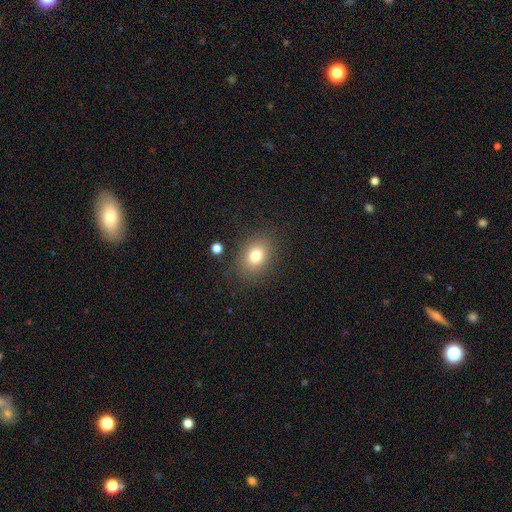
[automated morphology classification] Q: Smooth or featured?
A: smooth (78%); runner-up: star or artifact (12%)
Q: How rounded?
A: in between (61%); runner-up: round (38%)
Q: Merging?
A: none (84%); runner-up: minor disturbance (10%)